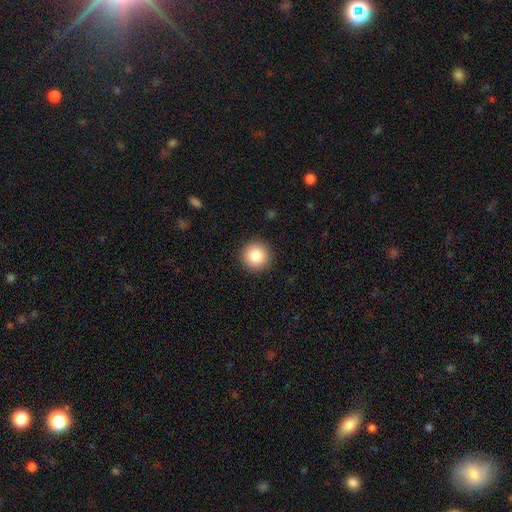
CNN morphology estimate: smooth-or-featured: smooth: 84% | star or artifact: 9% | featured or disk: 6%
  how-rounded: round: 95% | in between: 4% | cigar-shaped: 1%
  merging: none: 92% | minor disturbance: 5% | major disturbance: 2% | merger: 1%